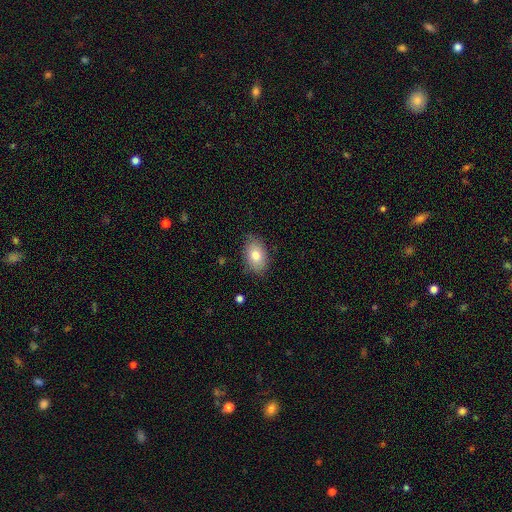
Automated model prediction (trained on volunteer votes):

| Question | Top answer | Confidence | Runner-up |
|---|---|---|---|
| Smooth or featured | smooth | 80% | featured or disk (13%) |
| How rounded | in between | 87% | round (12%) |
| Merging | none | 80% | minor disturbance (16%) |